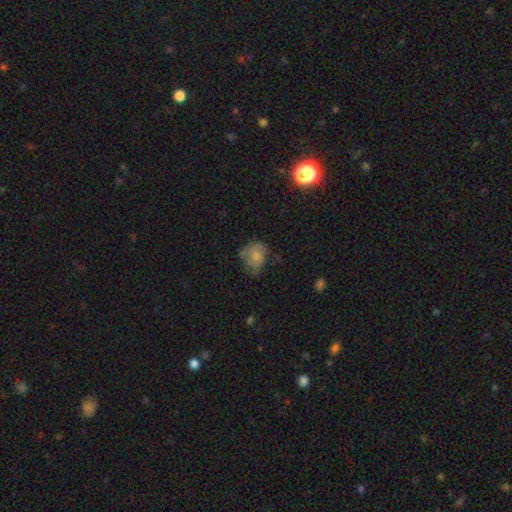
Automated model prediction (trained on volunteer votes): Smooth or featured? smooth (67%)
How rounded? round (56%)
Merging? none (44%)